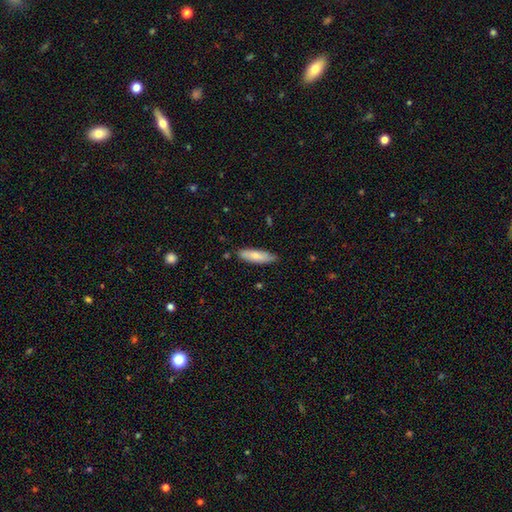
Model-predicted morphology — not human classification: This is likely a smooth galaxy (76%). How rounded: possibly cigar-shaped (53%). Merging: clearly none (82%).